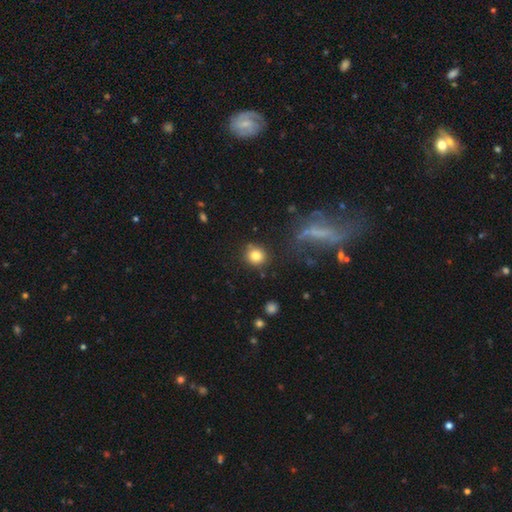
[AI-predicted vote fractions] smooth 80%, star or artifact 12%, featured or disk 7%. Down the decision tree: how rounded — round (87%); merging — none (85%).